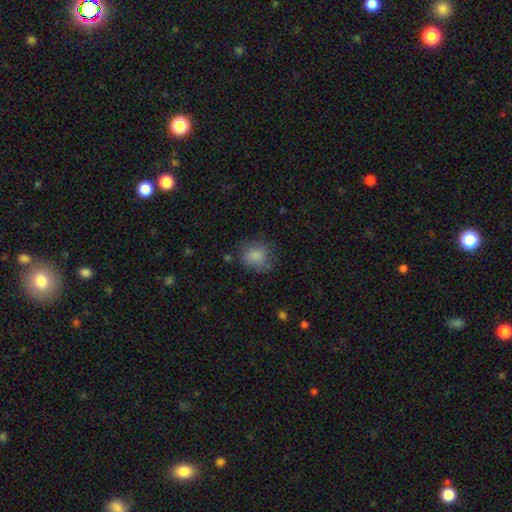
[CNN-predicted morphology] Smooth or featured? Predicted: smooth (p=0.81). How rounded? Predicted: round (p=0.65). Merging? Predicted: none (p=0.63).